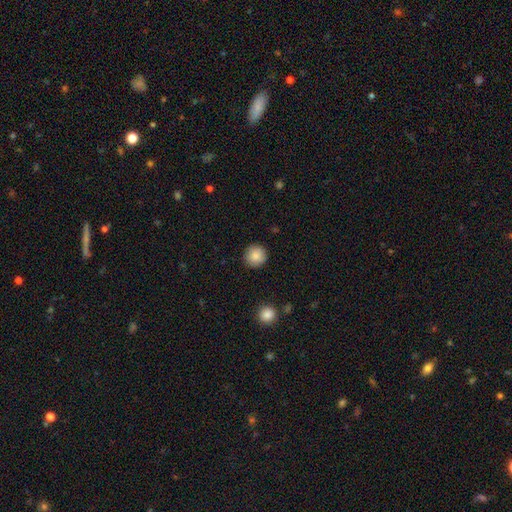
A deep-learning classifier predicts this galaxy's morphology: Q: Smooth or featured?
A: smooth (87%); runner-up: star or artifact (8%)
Q: How rounded?
A: round (95%); runner-up: in between (4%)
Q: Merging?
A: none (91%); runner-up: minor disturbance (6%)